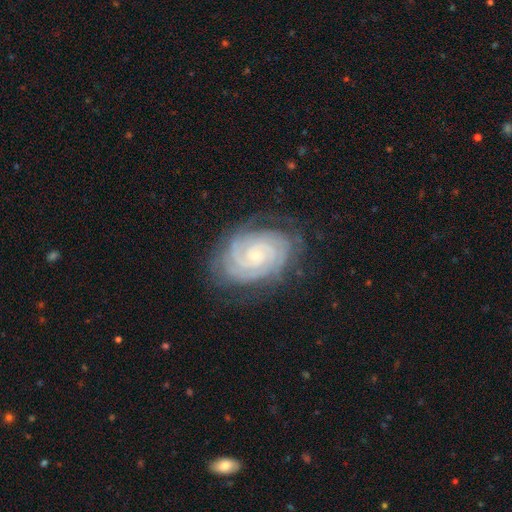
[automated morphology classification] Smooth or featured? Predicted: featured or disk (p=0.89). Edge-on disk? Predicted: no (p=0.97). Bar? Predicted: no (p=0.73). Spiral arms? Predicted: yes (p=0.98). Spiral winding? Predicted: tight (p=0.83). Spiral arm count? Predicted: 2 (p=0.27). Bulge size? Predicted: small (p=0.80). Merging? Predicted: none (p=0.78).